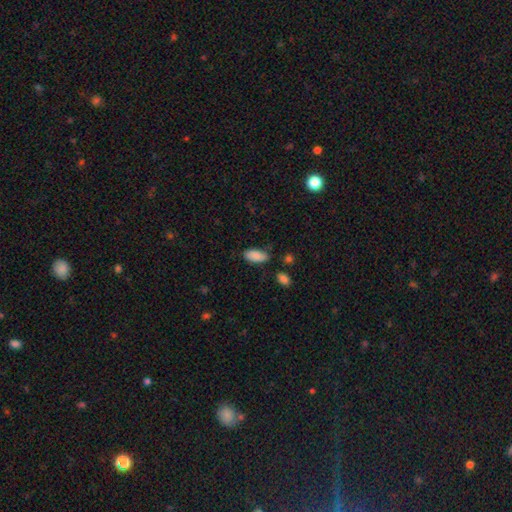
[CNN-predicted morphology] Smooth or featured?
  - smooth: 88% *
  - star or artifact: 7%
  - featured or disk: 5%
How rounded?
  - in between: 91% *
  - cigar-shaped: 7%
  - round: 2%
Merging?
  - none: 78% *
  - minor disturbance: 16%
  - major disturbance: 3%
  - merger: 3%